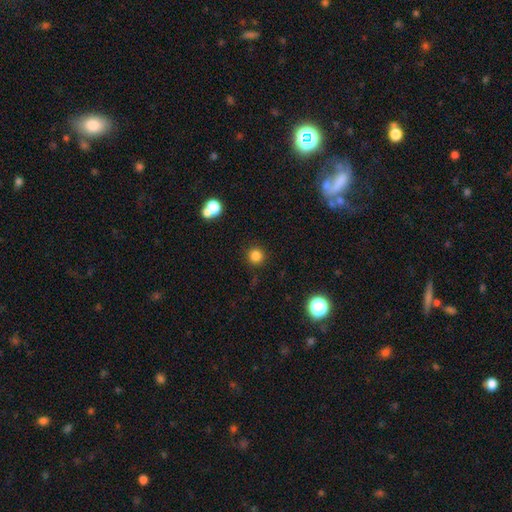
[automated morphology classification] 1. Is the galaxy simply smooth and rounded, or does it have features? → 83% smooth, 13% star or artifact, 4% featured or disk.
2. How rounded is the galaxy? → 93% round, 6% in between, 1% cigar-shaped.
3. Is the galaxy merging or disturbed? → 88% none, 6% minor disturbance, 3% merger, 2% major disturbance.